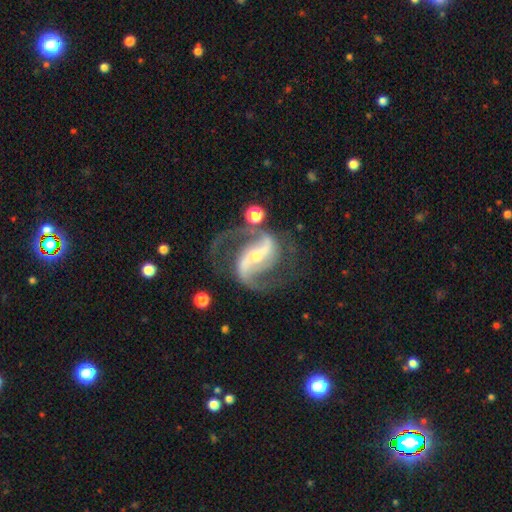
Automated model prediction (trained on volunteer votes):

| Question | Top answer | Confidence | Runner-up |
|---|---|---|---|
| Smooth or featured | featured or disk | 92% | star or artifact (5%) |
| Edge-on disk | no | 97% | yes (3%) |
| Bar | strong | 62% | weak (25%) |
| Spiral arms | yes | 98% | no (2%) |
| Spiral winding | medium | 52% | loose (37%) |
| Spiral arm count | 2 | 92% | 3 (3%) |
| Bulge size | small | 54% | moderate (41%) |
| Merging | none | 69% | minor disturbance (15%) |